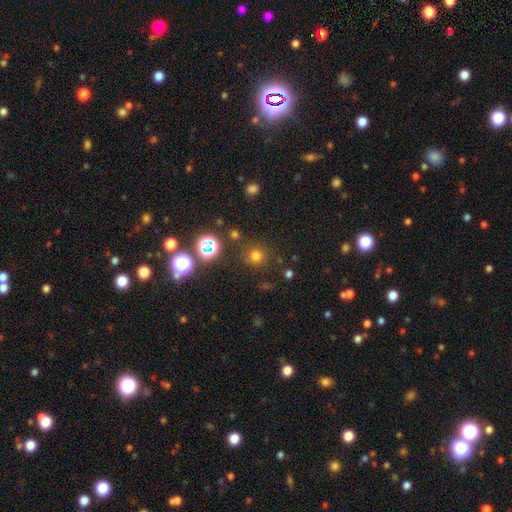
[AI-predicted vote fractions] Smooth or featured? Predicted: smooth (p=0.69). How rounded? Predicted: round (p=0.94). Merging? Predicted: none (p=0.85).